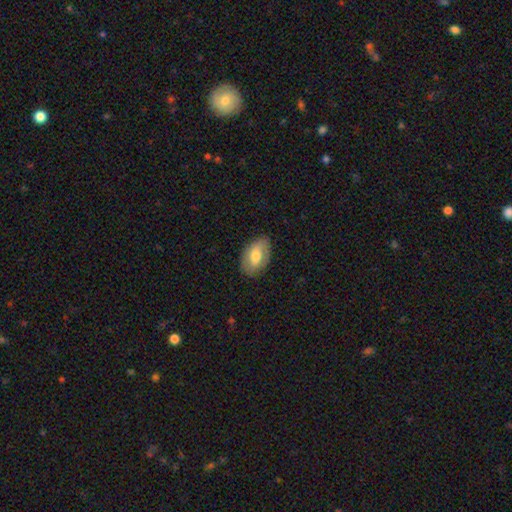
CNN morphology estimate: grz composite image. It shows a smooth galaxy with no disk features (60%) that is in between round and cigar-shaped (91%). Merging: none (81%).